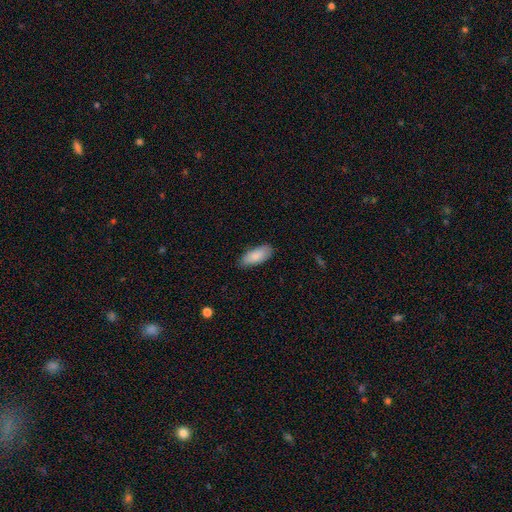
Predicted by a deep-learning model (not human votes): Smooth or featured? smooth (88%)
How rounded? in between (85%)
Merging? none (84%)